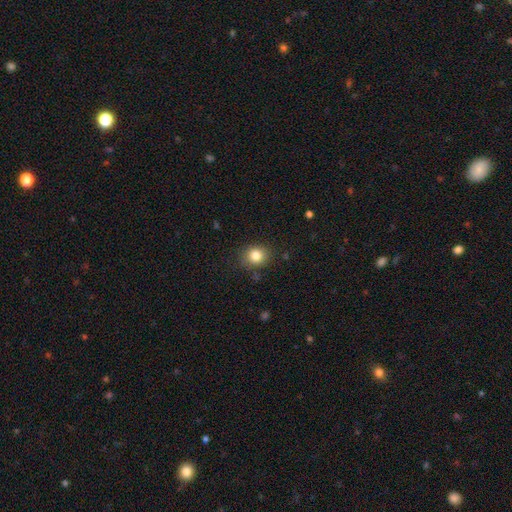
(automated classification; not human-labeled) Morphology: type=smooth (82%); roundness=round (70%); merging=none (85%).